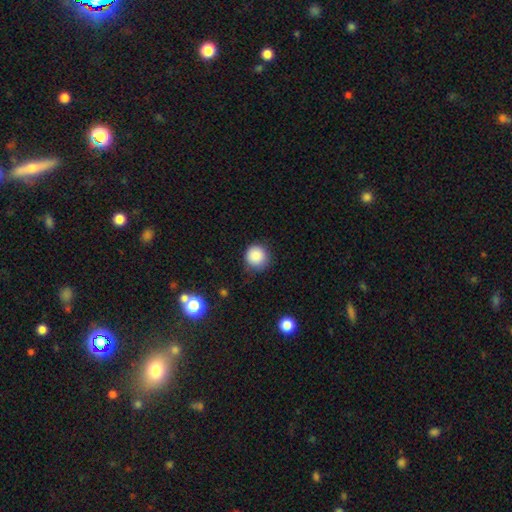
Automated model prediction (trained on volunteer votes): smooth-or-featured: smooth: 87% | star or artifact: 10% | featured or disk: 4%
  how-rounded: round: 94% | in between: 5% | cigar-shaped: 1%
  merging: none: 83% | minor disturbance: 12% | major disturbance: 3% | merger: 1%